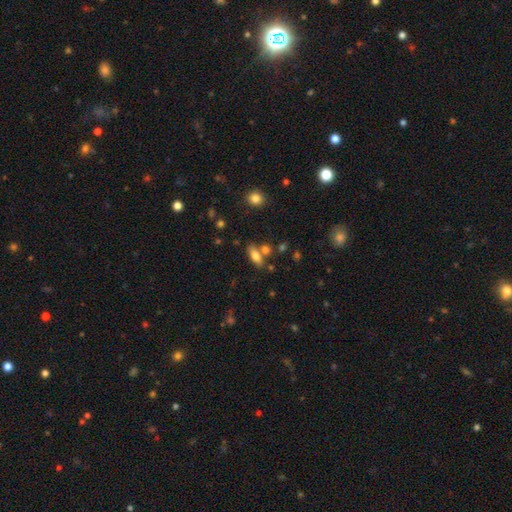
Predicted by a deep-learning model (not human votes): This appears to be a smooth galaxy with no disk features (74%) that is in between round and cigar-shaped (76%). Merging: none (64%).